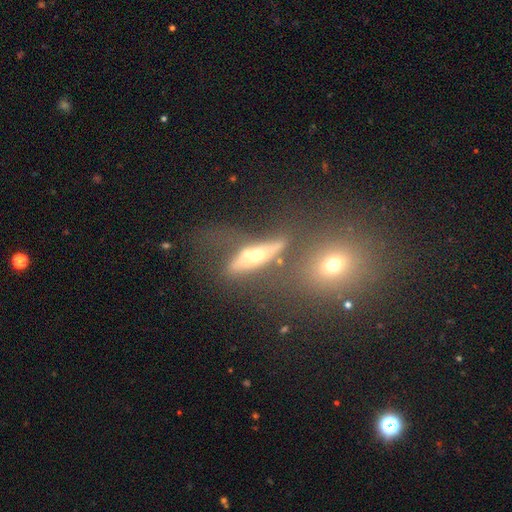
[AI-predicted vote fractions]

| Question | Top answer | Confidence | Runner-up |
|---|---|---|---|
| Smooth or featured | featured or disk | 51% | smooth (38%) |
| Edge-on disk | yes | 51% | no (49%) |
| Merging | merger | 38% | none (31%) |